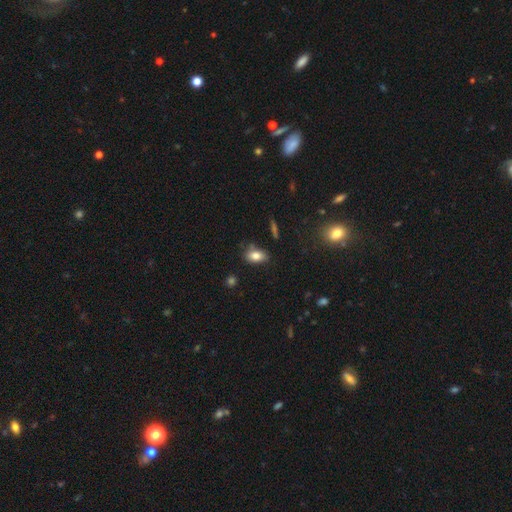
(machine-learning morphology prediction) Smooth or featured? Predicted: smooth (p=0.82). How rounded? Predicted: in between (p=0.87). Merging? Predicted: none (p=0.71).